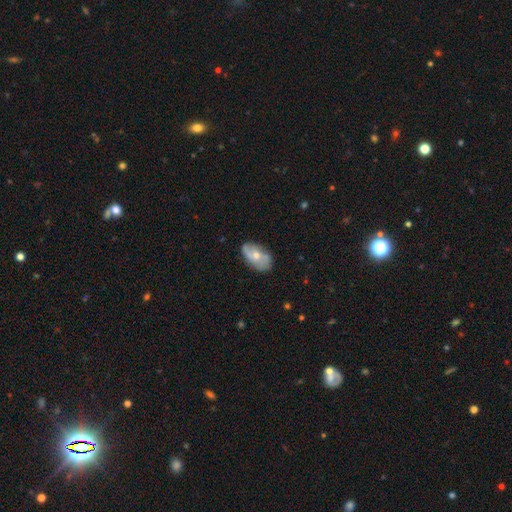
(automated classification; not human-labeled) The model was most divided on "smooth or featured": featured or disk: 51%, smooth: 42%, star or artifact: 7%. More confident: edge-on disk — no (93%); merging — none (66%).